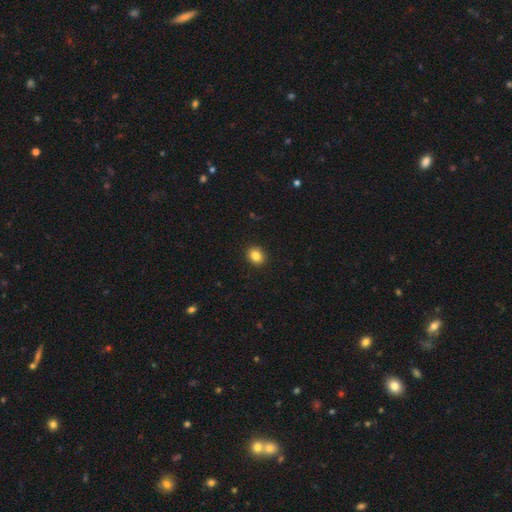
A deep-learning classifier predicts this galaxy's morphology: Smooth or featured?
  - smooth: 85% *
  - star or artifact: 10%
  - featured or disk: 5%
How rounded?
  - round: 63% *
  - in between: 36%
  - cigar-shaped: 1%
Merging?
  - none: 92% *
  - minor disturbance: 6%
  - major disturbance: 2%
  - merger: 1%